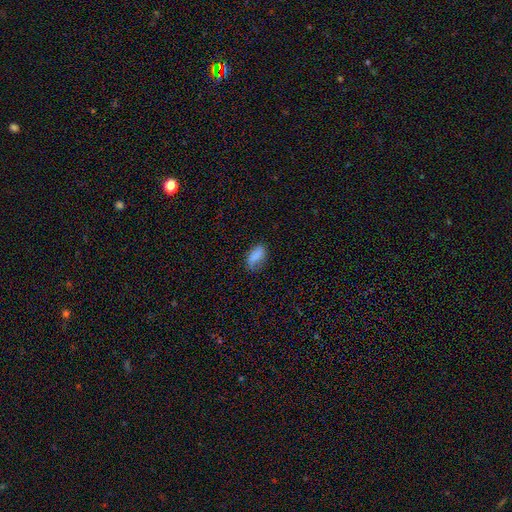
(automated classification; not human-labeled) Smooth or featured? smooth (81%)
How rounded? in between (88%)
Merging? none (68%)